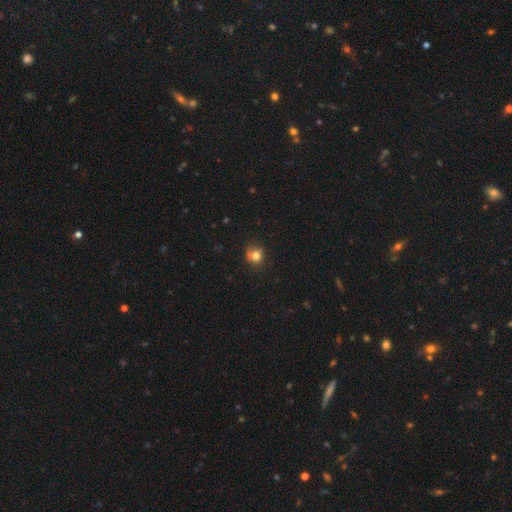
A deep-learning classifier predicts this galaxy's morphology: type=smooth (76%); roundness=round (78%); merging=none (60%).